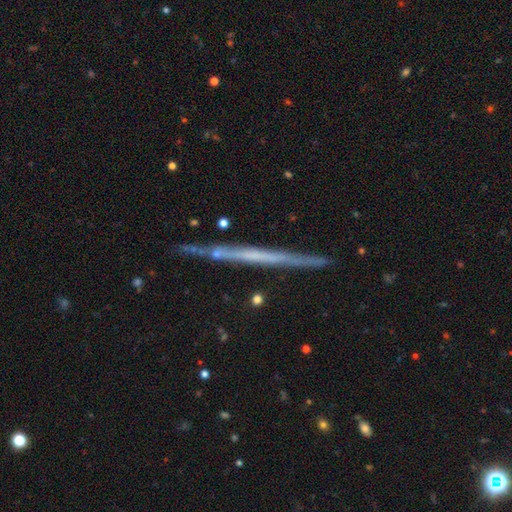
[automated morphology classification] This appears to be a featured or disk galaxy (65%) viewed edge-on (97%) with no central bulge (90%). Merging: none (88%).